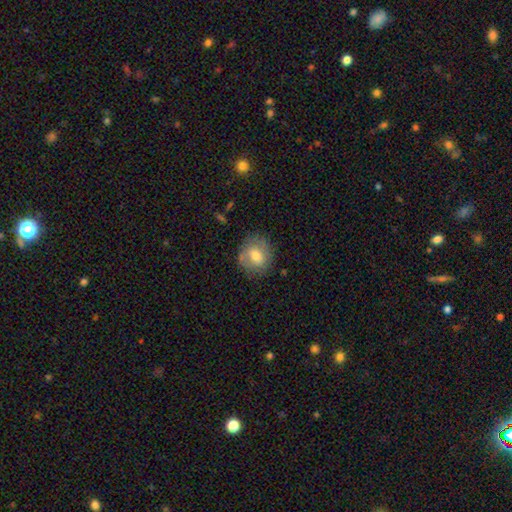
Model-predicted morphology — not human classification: The model was most divided on "smooth or featured": smooth: 69%, featured or disk: 23%, star or artifact: 8%. More confident: merging — none (77%); how rounded — round (74%).